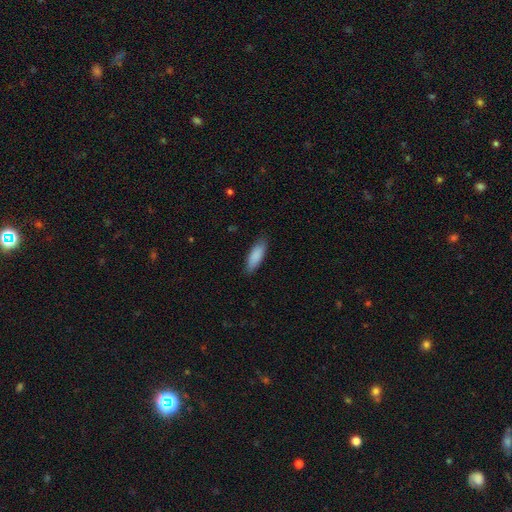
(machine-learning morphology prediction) smooth_or_featured: smooth (p=0.88) [alt: featured or disk p=0.06]
how_rounded: in between (p=0.61) [alt: cigar-shaped p=0.38]
merging: none (p=0.83) [alt: minor disturbance p=0.13]